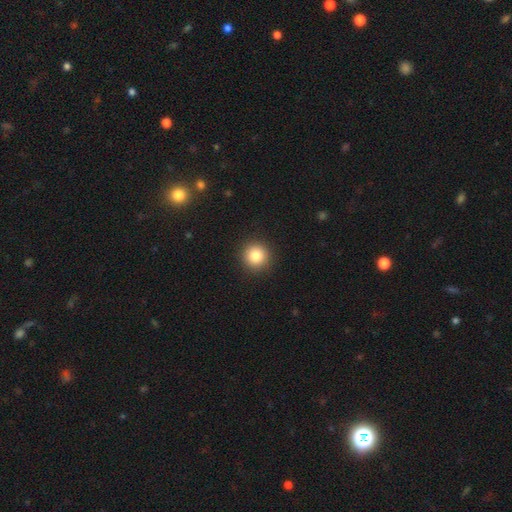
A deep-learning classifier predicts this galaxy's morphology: Overall: smooth (84%). How rounded: round (94%). Merging: none (92%).